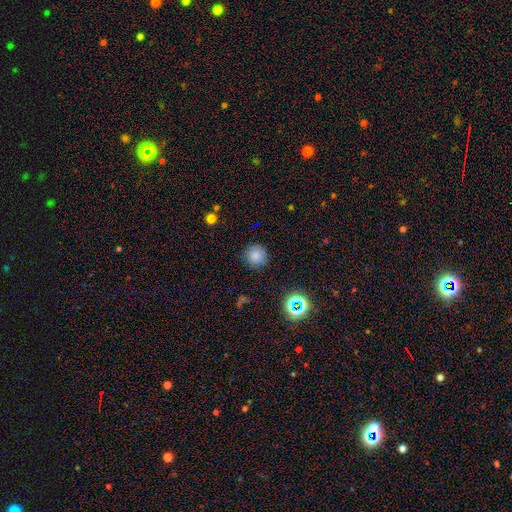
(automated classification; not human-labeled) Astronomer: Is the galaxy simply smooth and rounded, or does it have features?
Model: smooth — 75%.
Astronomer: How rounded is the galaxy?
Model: round — 93%.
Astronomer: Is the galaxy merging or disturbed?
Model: none — 85%.